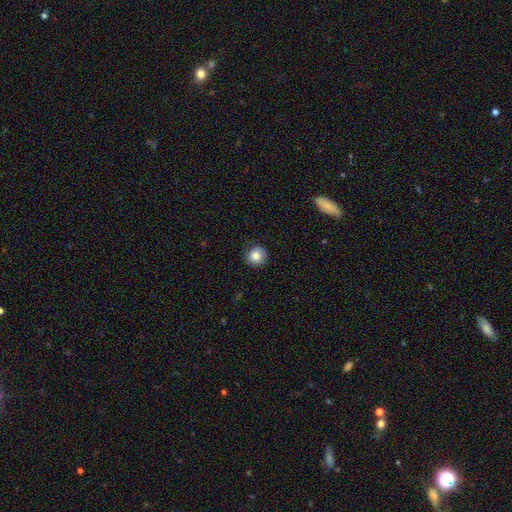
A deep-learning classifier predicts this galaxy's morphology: Smooth or featured? Predicted: smooth (p=0.83). How rounded? Predicted: round (p=0.93). Merging? Predicted: none (p=0.86).